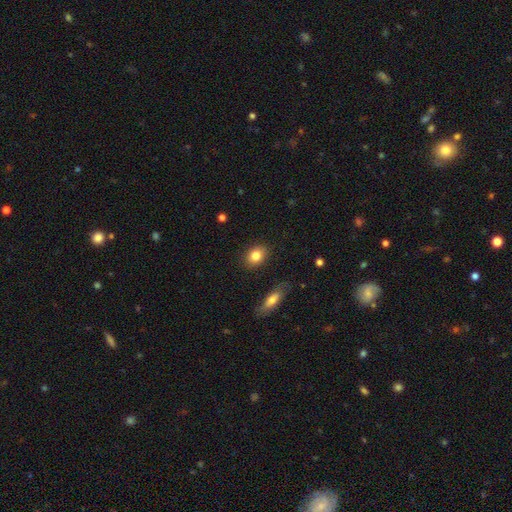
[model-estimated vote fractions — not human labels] Smooth or featured?
  - smooth: 84% *
  - star or artifact: 8%
  - featured or disk: 8%
How rounded?
  - in between: 62% *
  - round: 36%
  - cigar-shaped: 2%
Merging?
  - none: 88% *
  - minor disturbance: 8%
  - major disturbance: 2%
  - merger: 2%